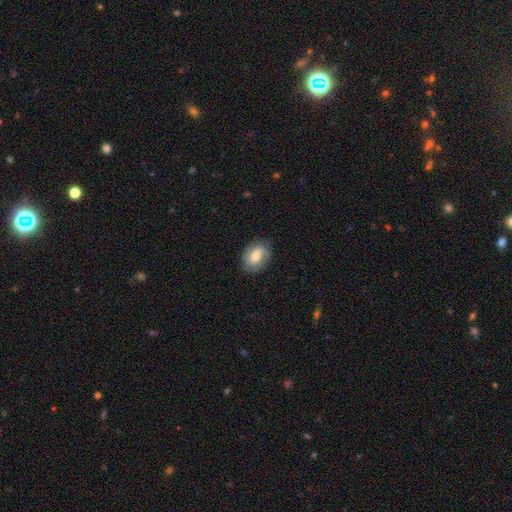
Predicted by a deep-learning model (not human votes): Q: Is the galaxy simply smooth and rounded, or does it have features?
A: smooth — 54%.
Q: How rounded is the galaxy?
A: in between — 74%.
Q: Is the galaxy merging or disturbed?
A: none — 79%.